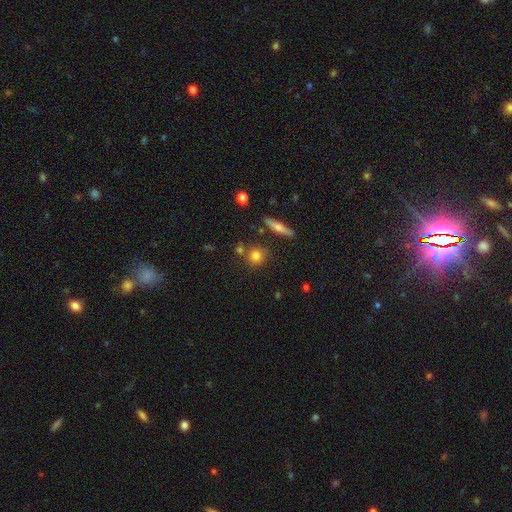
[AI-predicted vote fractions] Q: Smooth or featured?
A: smooth (76%); runner-up: featured or disk (13%)
Q: How rounded?
A: round (84%); runner-up: in between (11%)
Q: Merging?
A: none (75%); runner-up: merger (12%)